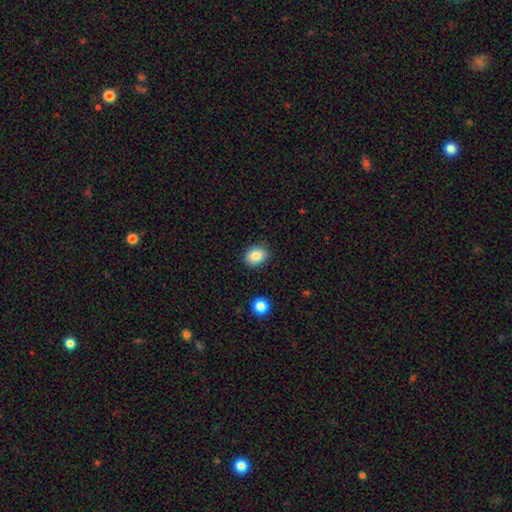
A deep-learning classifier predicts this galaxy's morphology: Smooth or featured: smooth — 85% (star or artifact — 9%)
How rounded: in between — 57% (round — 42%)
Merging: none — 87% (minor disturbance — 9%)